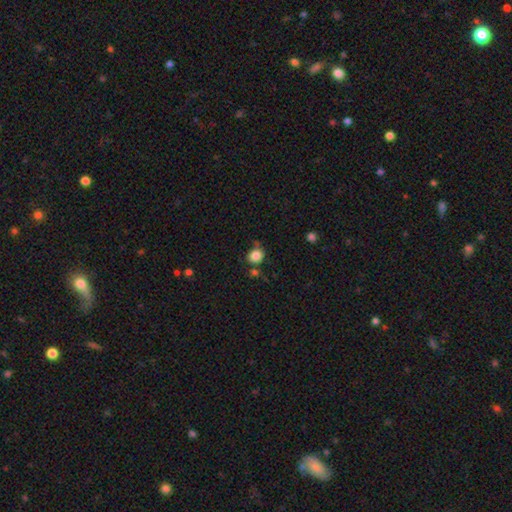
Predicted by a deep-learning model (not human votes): smooth 84%, star or artifact 10%, featured or disk 5%. Down the decision tree: how rounded — round (75%); merging — none (69%).